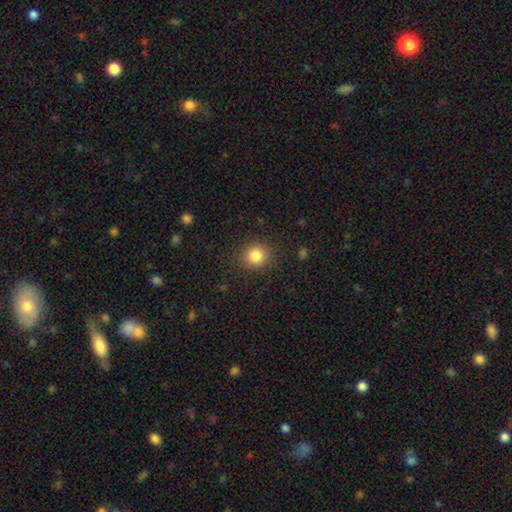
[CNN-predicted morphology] A smooth galaxy with no disk features (83%) that is round (86%).

Vote fractions:
- Smooth or featured? smooth: 83% / star or artifact: 11% / featured or disk: 5%
- How rounded? round: 86% / in between: 13% / cigar-shaped: 1%
- Merging? none: 88% / minor disturbance: 8% / major disturbance: 3% / merger: 1%